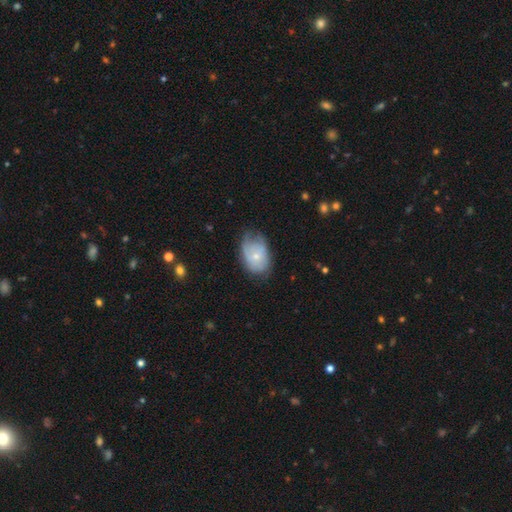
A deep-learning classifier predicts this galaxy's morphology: Smooth or featured? smooth (49%)
Merging? none (48%)